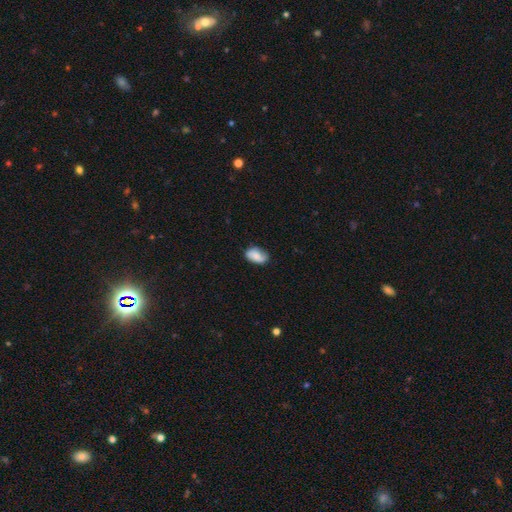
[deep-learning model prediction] Q: Smooth or featured?
A: smooth (76%); runner-up: featured or disk (16%)
Q: How rounded?
A: in between (88%); runner-up: round (11%)
Q: Merging?
A: none (64%); runner-up: minor disturbance (28%)